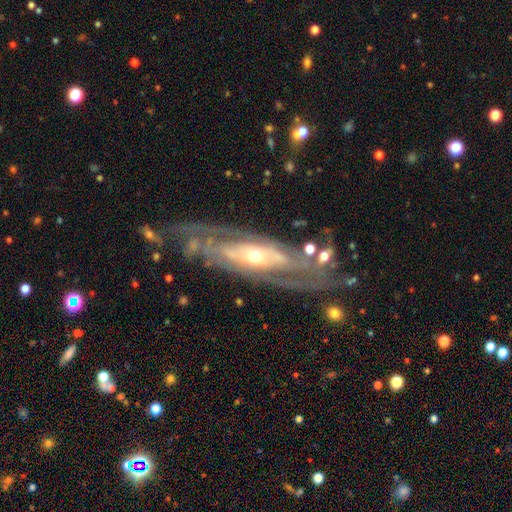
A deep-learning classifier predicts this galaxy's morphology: The model was most divided on "bulge size": moderate: 48%, small: 46%, large: 4%, dominant: 1%, none: 1%. Remaining: spiral arms — yes (88%); smooth or featured — featured or disk (87%); edge-on disk — no (82%); merging — none (68%); bar — no (63%); spiral winding — tight (59%); spiral arm count — can't tell (39%).